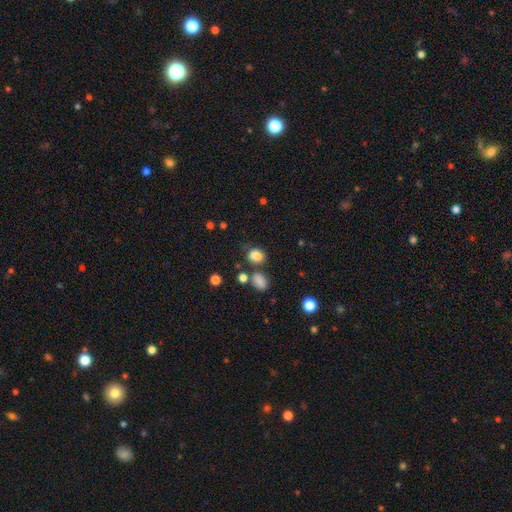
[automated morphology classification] Smooth or featured?
  - smooth: 81% *
  - star or artifact: 14%
  - featured or disk: 5%
How rounded?
  - in between: 55% *
  - round: 44%
  - cigar-shaped: 1%
Merging?
  - none: 61% *
  - minor disturbance: 17%
  - merger: 16%
  - major disturbance: 6%